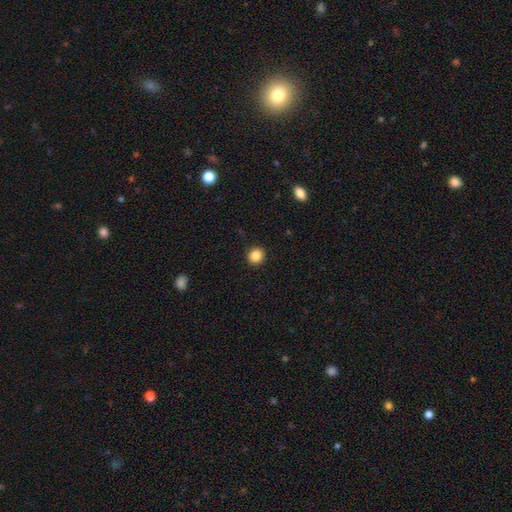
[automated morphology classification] Smooth or featured?
  - smooth: 86% *
  - star or artifact: 10%
  - featured or disk: 4%
How rounded?
  - round: 89% *
  - in between: 10%
  - cigar-shaped: 1%
Merging?
  - none: 92% *
  - minor disturbance: 5%
  - major disturbance: 2%
  - merger: 1%